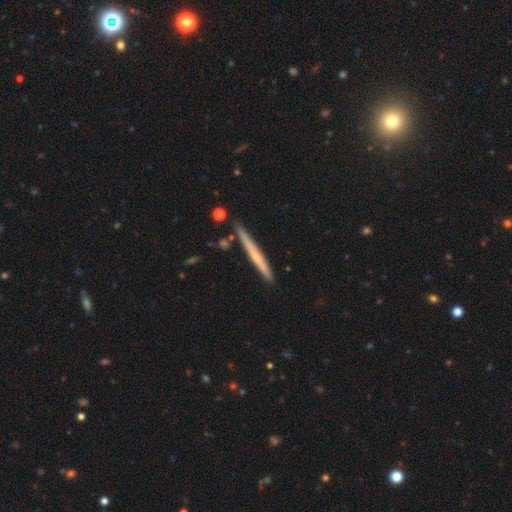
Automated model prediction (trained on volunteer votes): Smooth or featured? featured or disk (53%)
Edge-on disk? yes (96%)
Edge-on bulge? none (64%)
Merging? none (85%)